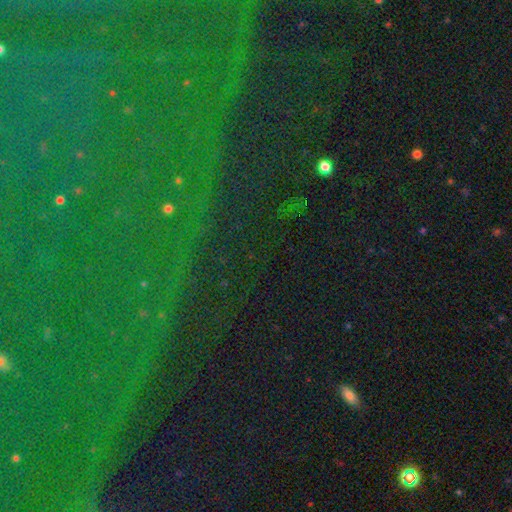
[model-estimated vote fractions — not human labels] Smooth or featured: star or artifact — 81% (smooth — 10%)